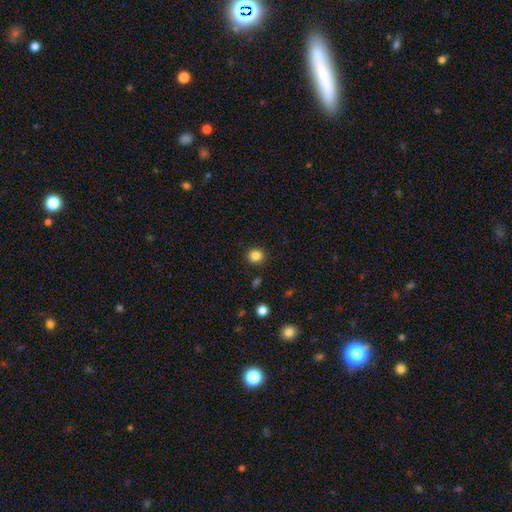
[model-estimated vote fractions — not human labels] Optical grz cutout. It shows a smooth galaxy with no disk features (85%) that is round (83%). Merging: none (89%).